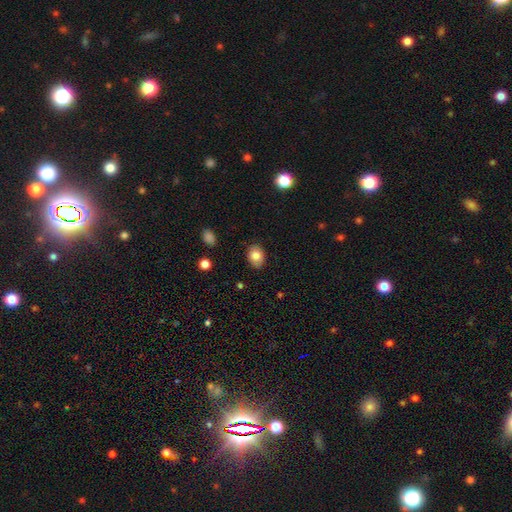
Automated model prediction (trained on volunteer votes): A smooth galaxy with no disk features (82%) that is in between round and cigar-shaped (75%).

Vote fractions:
- Smooth or featured? smooth: 82% / featured or disk: 10% / star or artifact: 8%
- How rounded? in between: 75% / round: 24% / cigar-shaped: 1%
- Merging? none: 85% / minor disturbance: 12% / major disturbance: 2% / merger: 1%